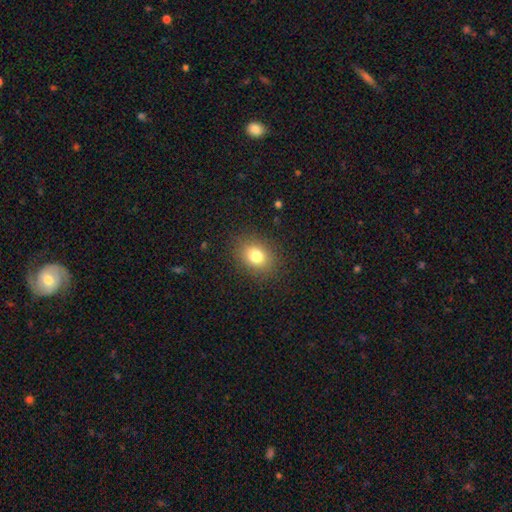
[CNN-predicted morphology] Smooth or featured?
  - smooth: 79% *
  - star or artifact: 12%
  - featured or disk: 9%
How rounded?
  - in between: 52% *
  - round: 47%
  - cigar-shaped: 1%
Merging?
  - none: 87% *
  - minor disturbance: 9%
  - major disturbance: 3%
  - merger: 1%